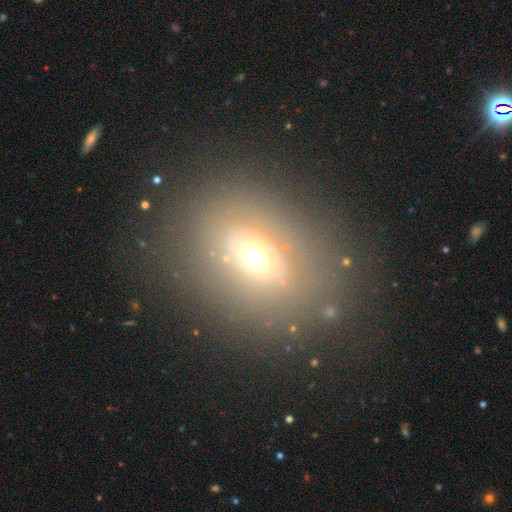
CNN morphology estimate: Smooth or featured? smooth (47%)
Merging? none (75%)